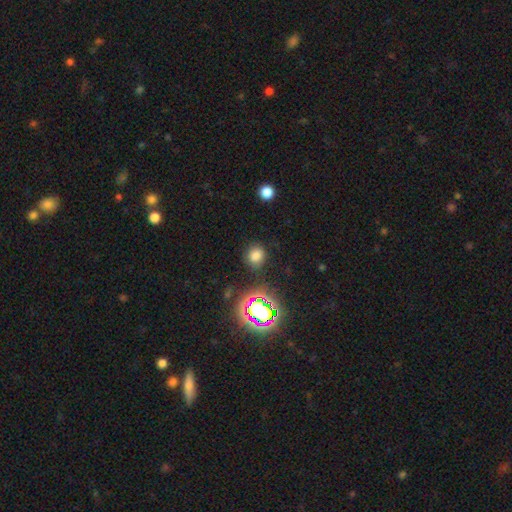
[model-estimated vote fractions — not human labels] This appears to be a smooth galaxy with no disk features (71%) that is round (75%). Merging: none (82%).